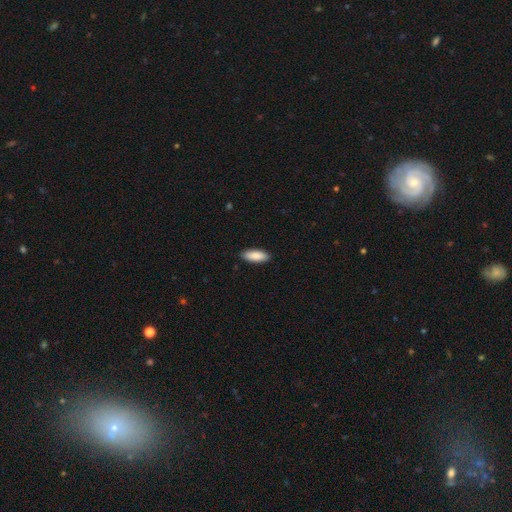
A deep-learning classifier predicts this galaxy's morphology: This appears to be a smooth galaxy with no disk features (89%) that is in between round and cigar-shaped (75%). Merging: none (90%).